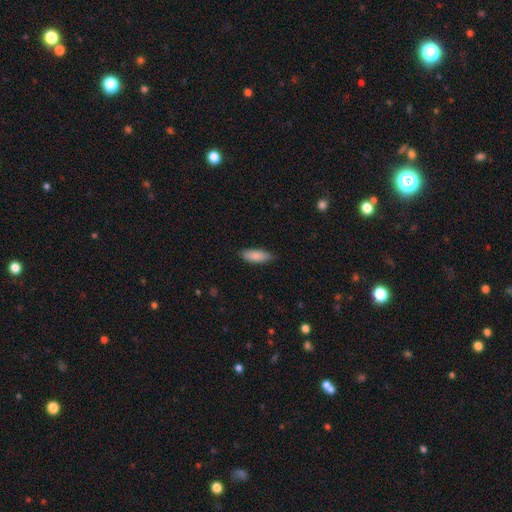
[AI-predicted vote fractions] smooth_or_featured: smooth (p=0.86) [alt: featured or disk p=0.08]
how_rounded: in between (p=0.74) [alt: cigar-shaped p=0.25]
merging: none (p=0.84) [alt: minor disturbance p=0.13]